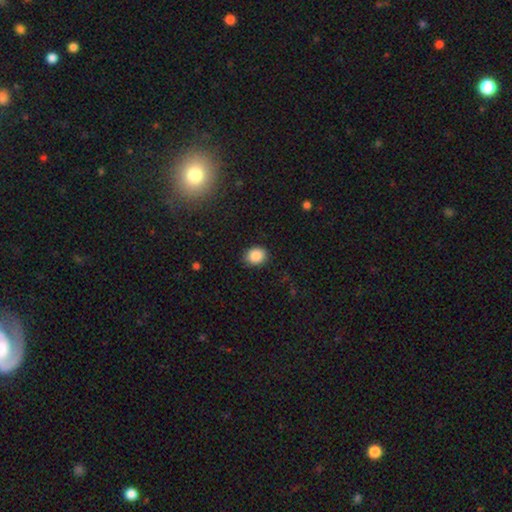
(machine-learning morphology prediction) smooth-or-featured: smooth: 88% | star or artifact: 9% | featured or disk: 4%
  how-rounded: round: 53% | in between: 46% | cigar-shaped: 1%
  merging: none: 87% | minor disturbance: 9% | major disturbance: 2% | merger: 1%